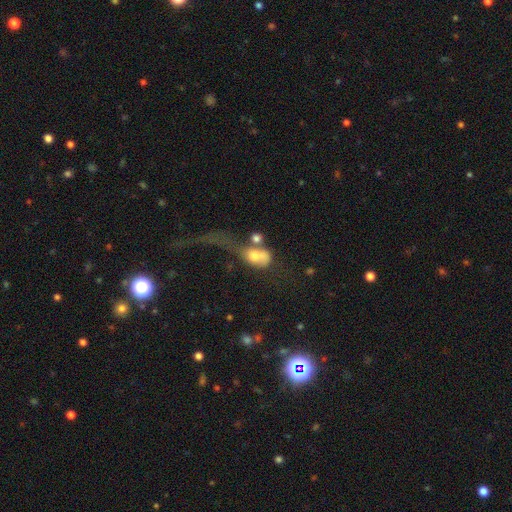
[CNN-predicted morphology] The model was most divided on "merging": major disturbance: 45%, merger: 36%, none: 11%, minor disturbance: 8%. More confident: how rounded — in between (76%); smooth or featured — smooth (60%).